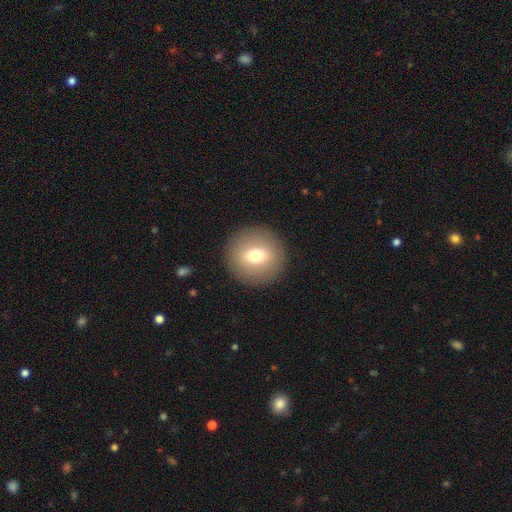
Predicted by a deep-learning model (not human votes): smooth-or-featured: smooth: 71% | featured or disk: 20% | star or artifact: 10%
  how-rounded: round: 94% | in between: 5% | cigar-shaped: 1%
  merging: none: 91% | minor disturbance: 5% | major disturbance: 2% | merger: 1%